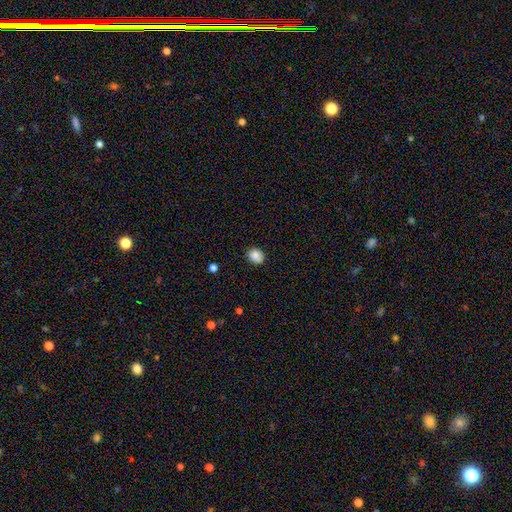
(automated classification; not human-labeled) smooth_or_featured: smooth (p=0.85) [alt: star or artifact p=0.09]
how_rounded: round (p=0.55) [alt: in between p=0.45]
merging: none (p=0.85) [alt: minor disturbance p=0.11]